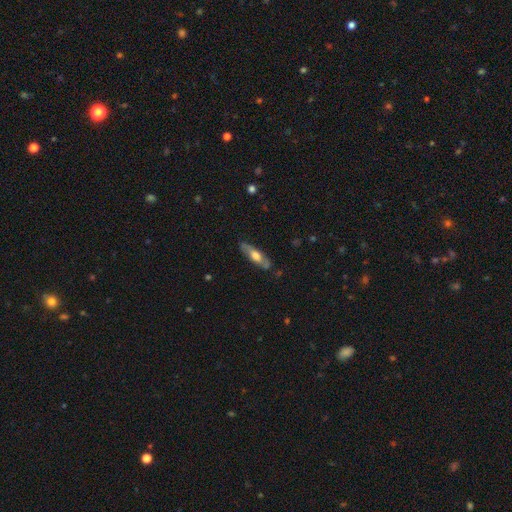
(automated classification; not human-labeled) Smooth or featured? Predicted: featured or disk (p=0.49). Merging? Predicted: none (p=0.78).